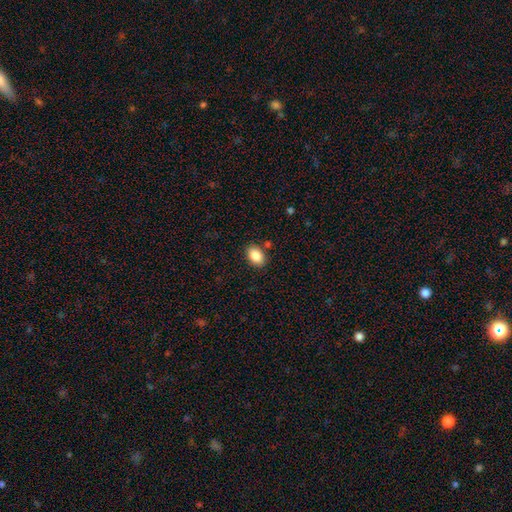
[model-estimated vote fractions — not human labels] smooth_or_featured: smooth (p=0.88) [alt: star or artifact p=0.08]
how_rounded: in between (p=0.81) [alt: round p=0.18]
merging: none (p=0.84) [alt: minor disturbance p=0.10]